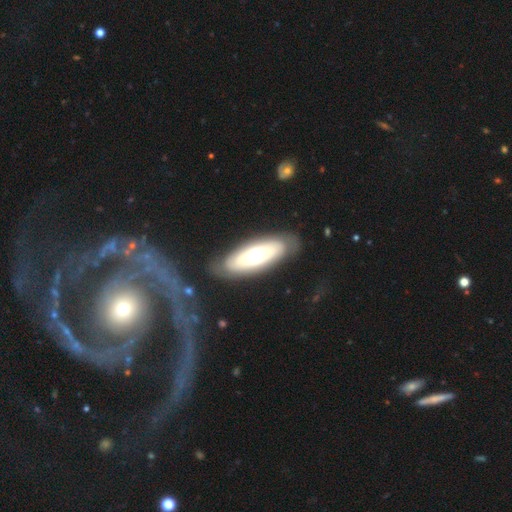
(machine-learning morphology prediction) This appears to be a featured or disk galaxy (57%). Merging: none (78%).